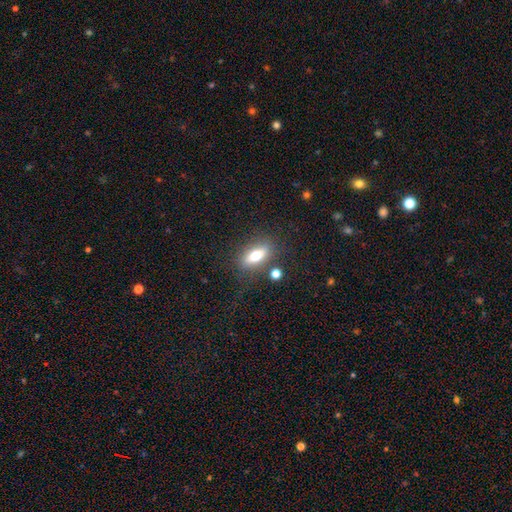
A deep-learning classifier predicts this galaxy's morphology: smooth 66%, featured or disk 26%, star or artifact 9%. Down the decision tree: how rounded — in between (71%); merging — none (78%).